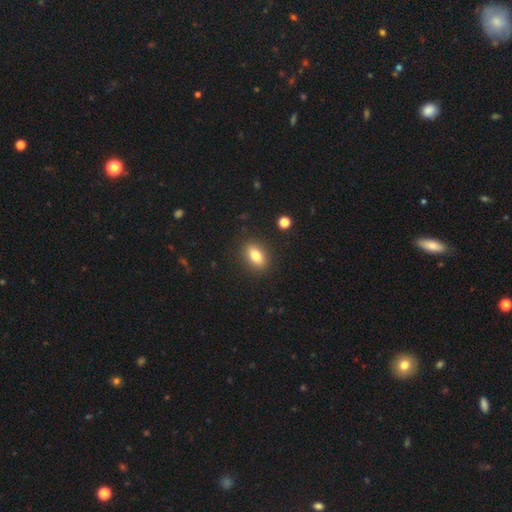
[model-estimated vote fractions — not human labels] Smooth or featured? Predicted: smooth (p=0.79). How rounded? Predicted: in between (p=0.83). Merging? Predicted: none (p=0.88).